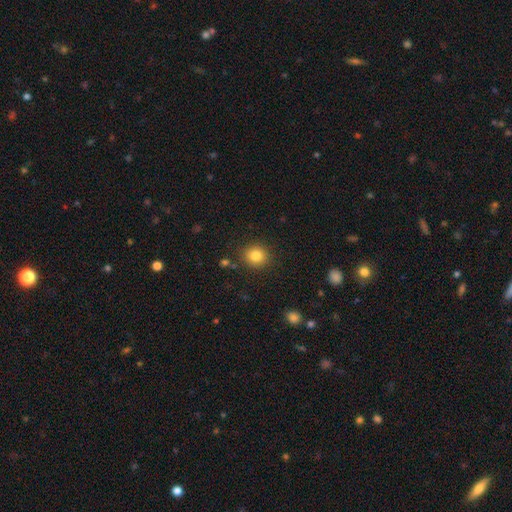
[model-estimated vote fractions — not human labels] Smooth or featured? Predicted: smooth (p=0.83). How rounded? Predicted: round (p=0.85). Merging? Predicted: none (p=0.88).